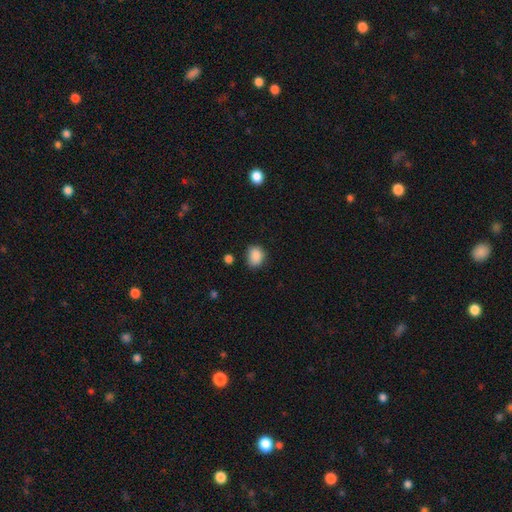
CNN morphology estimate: A smooth galaxy with no disk features (87%) that is round (57%). Merging: none (76%).